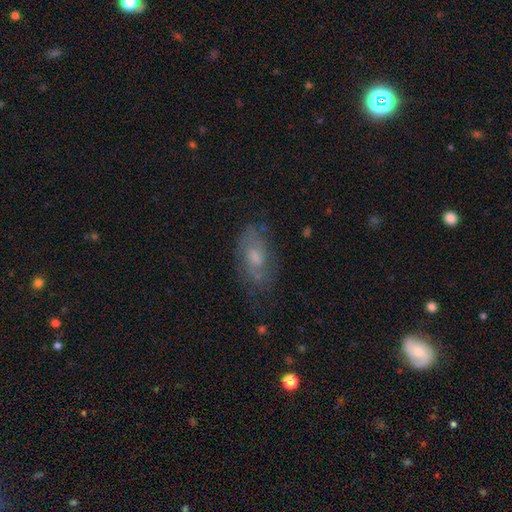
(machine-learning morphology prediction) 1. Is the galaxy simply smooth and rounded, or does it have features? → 46% featured or disk, 43% smooth, 11% star or artifact.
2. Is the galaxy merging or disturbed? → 63% none, 23% minor disturbance, 11% major disturbance, 2% merger.